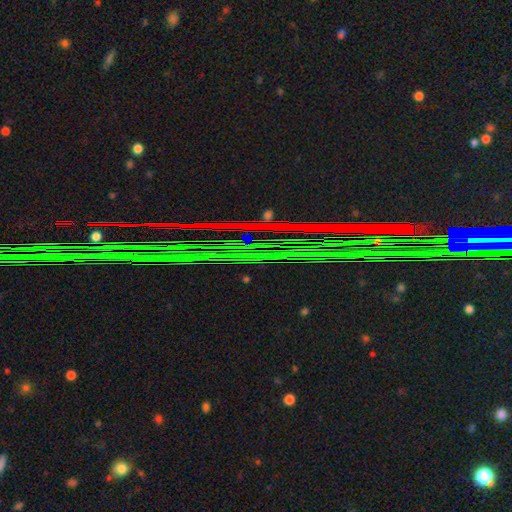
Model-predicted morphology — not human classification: Smooth or featured: star or artifact — 86% (featured or disk — 8%)